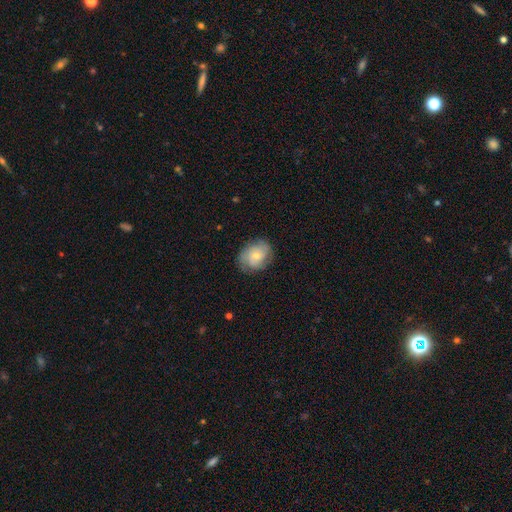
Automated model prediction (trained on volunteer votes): Morphology: type=smooth (50%); roundness=in between (51%); merging=none (74%).